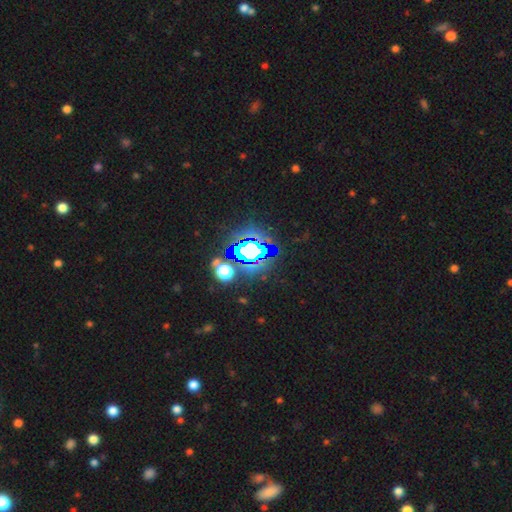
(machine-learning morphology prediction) The model was most divided on "smooth or featured": star or artifact: 74%, smooth: 15%, featured or disk: 11%.